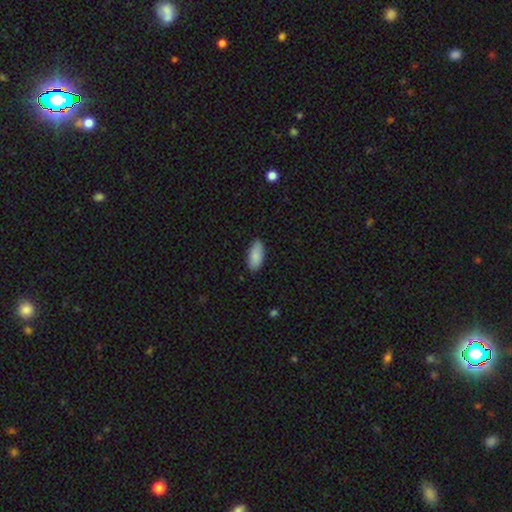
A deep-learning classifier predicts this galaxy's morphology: Overall: smooth (88%). How rounded: in between (92%). Merging: none (84%).